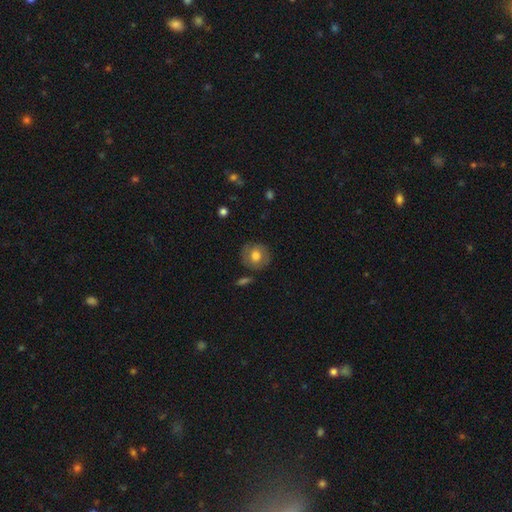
Overall: smooth (74%). How rounded: round (96%). Merging: none (80%).